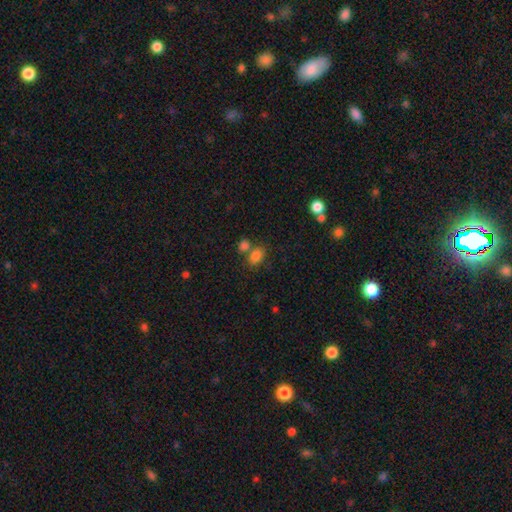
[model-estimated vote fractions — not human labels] smooth-or-featured: smooth: 82% | star or artifact: 11% | featured or disk: 7%
  how-rounded: in between: 70% | round: 29% | cigar-shaped: 1%
  merging: none: 51% | merger: 33% | minor disturbance: 11% | major disturbance: 5%